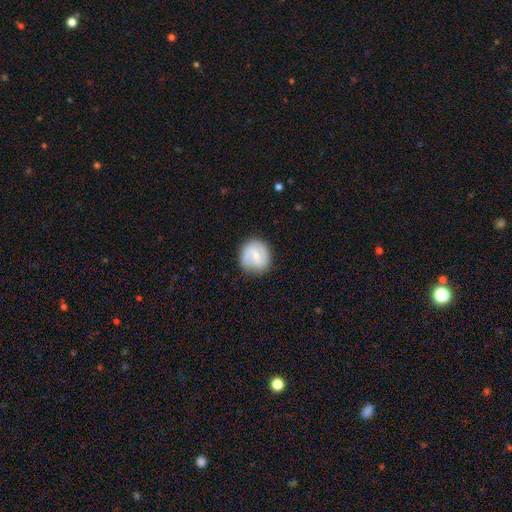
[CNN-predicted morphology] type=smooth (47%); merging=none (80%).